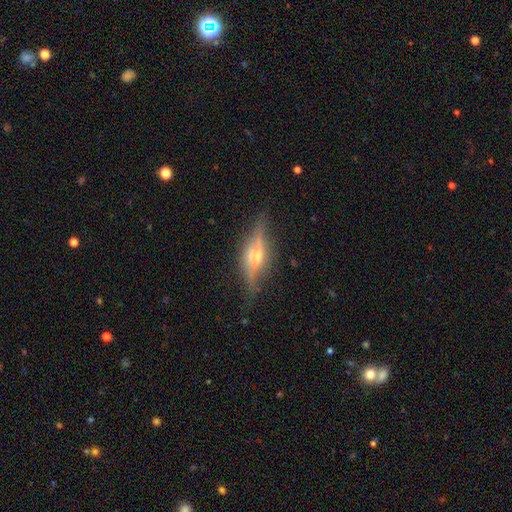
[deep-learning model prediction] Morphology: type=featured or disk (76%); edge-on=yes (92%); edge-on bulge=rounded (88%); merging=none (79%).